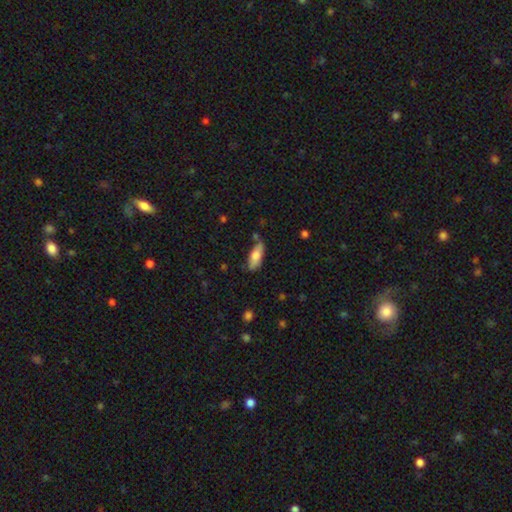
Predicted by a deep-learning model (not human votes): The model was most divided on "how rounded": in between: 70%, cigar-shaped: 28%, round: 2%. More confident: smooth or featured — smooth (76%); merging — none (67%).